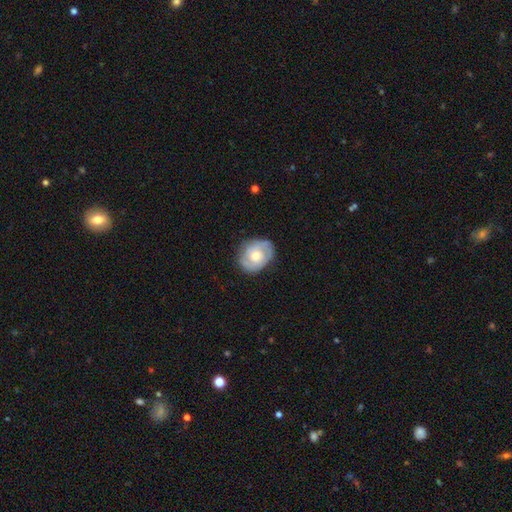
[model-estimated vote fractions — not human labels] Q: Smooth or featured?
A: featured or disk (63%); runner-up: smooth (31%)
Q: Edge-on disk?
A: no (97%); runner-up: yes (3%)
Q: Bar?
A: no (78%); runner-up: weak (19%)
Q: Spiral arms?
A: yes (79%); runner-up: no (21%)
Q: Bulge size?
A: moderate (64%); runner-up: small (24%)
Q: Merging?
A: none (74%); runner-up: minor disturbance (19%)